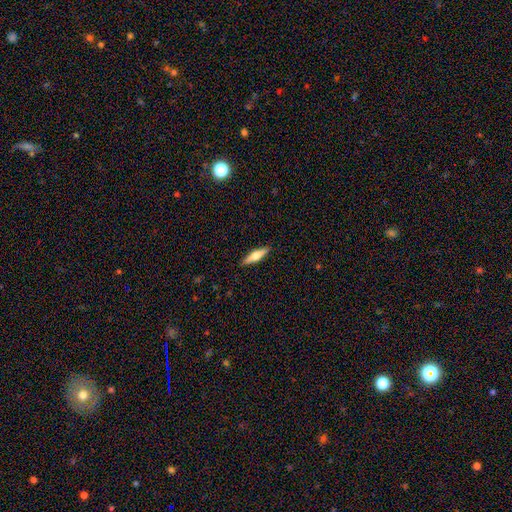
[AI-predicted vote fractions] smooth 47% (tied), featured or disk 47% (tied), star or artifact 6%. Down the decision tree: merging — none (91%).